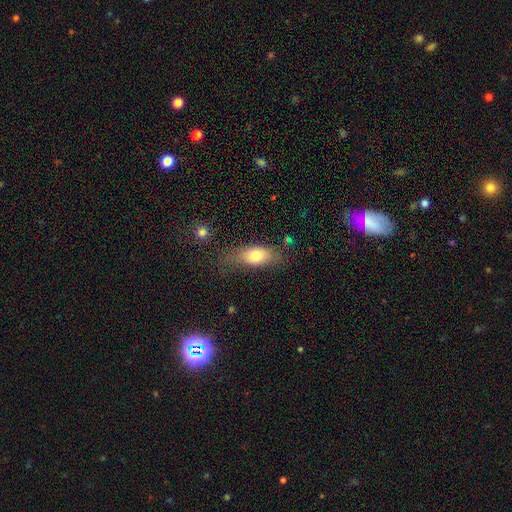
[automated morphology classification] Smooth or featured? smooth (73%)
How rounded? in between (80%)
Merging? none (58%)